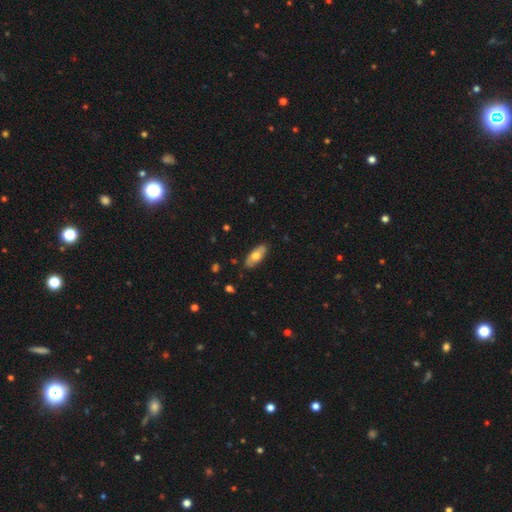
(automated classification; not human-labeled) A smooth galaxy with no disk features (63%) that is in between round and cigar-shaped (83%).

Vote fractions:
- Smooth or featured? smooth: 63% / featured or disk: 32% / star or artifact: 6%
- How rounded? in between: 83% / cigar-shaped: 14% / round: 2%
- Merging? none: 86% / minor disturbance: 11% / major disturbance: 2% / merger: 1%